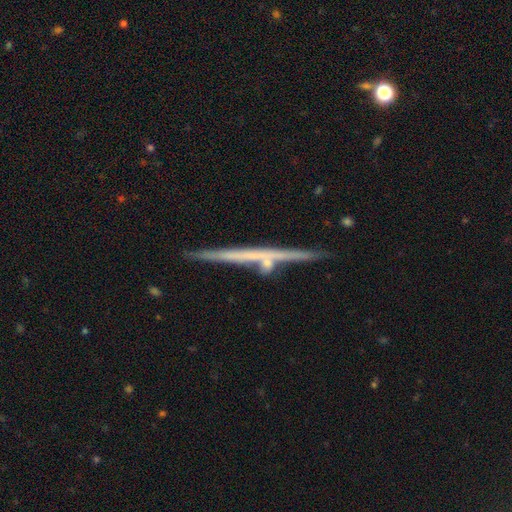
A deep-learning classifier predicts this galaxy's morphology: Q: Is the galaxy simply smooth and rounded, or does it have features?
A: featured or disk — 69%.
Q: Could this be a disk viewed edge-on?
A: yes — 97%.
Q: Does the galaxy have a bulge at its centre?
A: none — 78%.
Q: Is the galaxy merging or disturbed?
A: none — 77%.